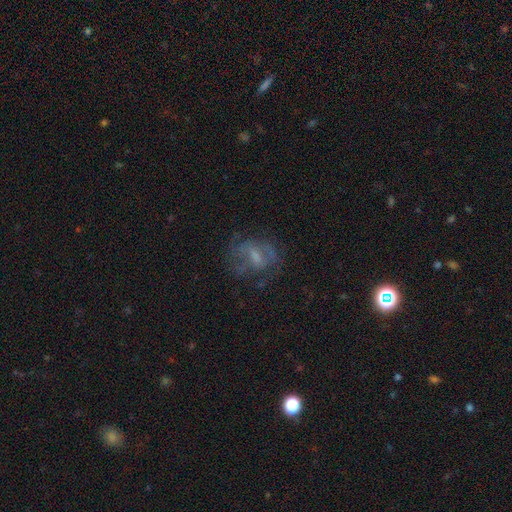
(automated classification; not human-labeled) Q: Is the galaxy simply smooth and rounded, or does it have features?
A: featured or disk — 54%.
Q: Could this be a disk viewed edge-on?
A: no — 96%.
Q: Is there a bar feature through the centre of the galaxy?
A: no — 44%.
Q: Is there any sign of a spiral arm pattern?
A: no — 51%.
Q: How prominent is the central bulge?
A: moderate — 32%.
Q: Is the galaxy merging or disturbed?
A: none — 55%.